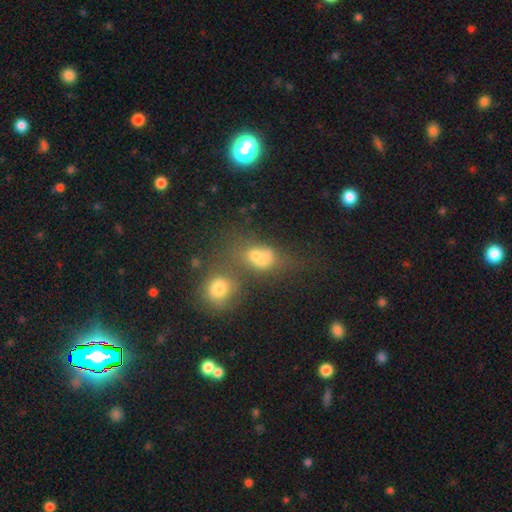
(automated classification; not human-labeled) Smooth or featured?
  - smooth: 59% *
  - star or artifact: 22%
  - featured or disk: 19%
How rounded?
  - in between: 62% *
  - round: 34%
  - cigar-shaped: 4%
Merging?
  - merger: 42% *
  - none: 30%
  - major disturbance: 14%
  - minor disturbance: 14%